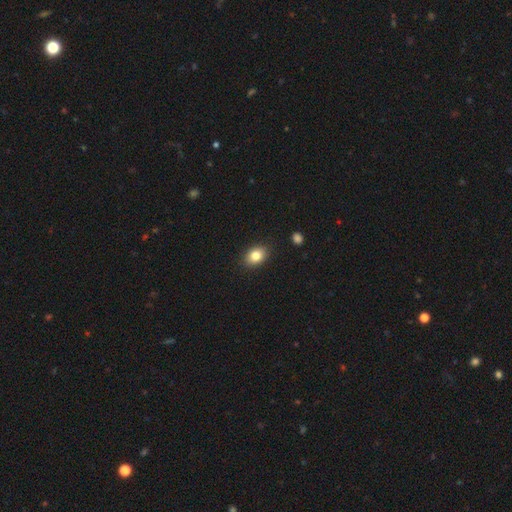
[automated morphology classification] This is clearly a smooth galaxy (83%). How rounded: likely in between (76%). Merging: clearly none (88%).